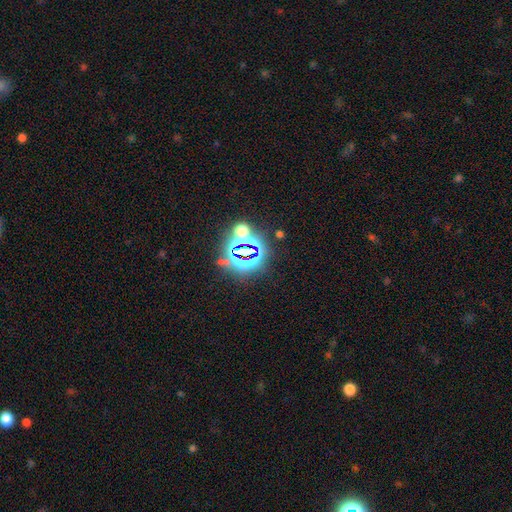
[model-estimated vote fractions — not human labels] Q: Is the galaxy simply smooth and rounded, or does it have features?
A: star or artifact — 77%.